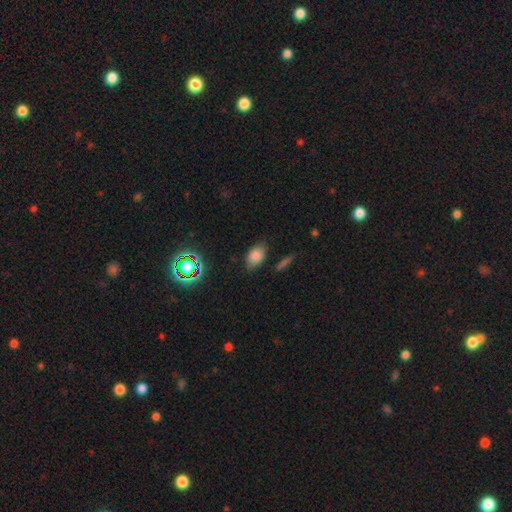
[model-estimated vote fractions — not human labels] Smooth or featured? Predicted: smooth (p=0.79). How rounded? Predicted: in between (p=0.85). Merging? Predicted: none (p=0.77).